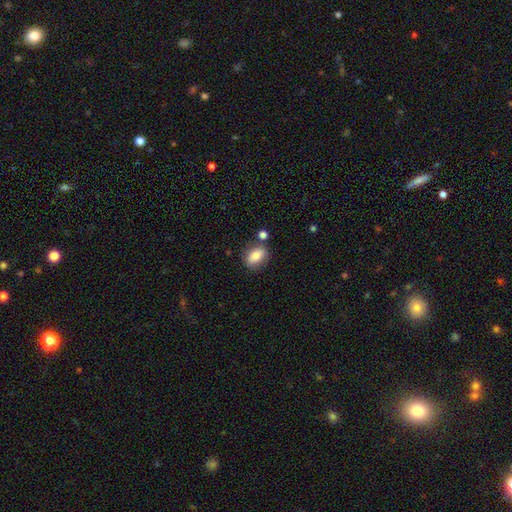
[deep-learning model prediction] This is clearly a smooth galaxy (81%). How rounded: likely in between (80%). Merging: likely none (75%).